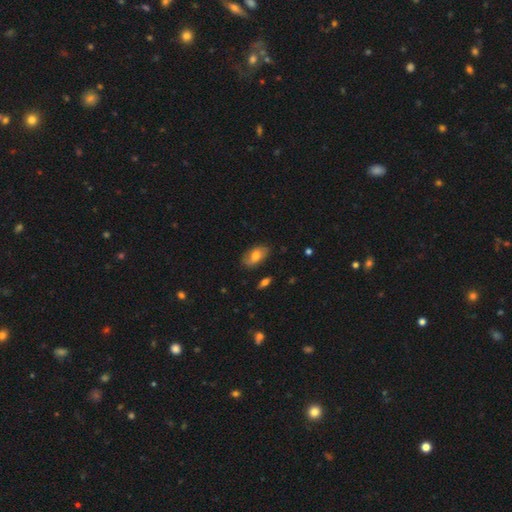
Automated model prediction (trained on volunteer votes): smooth 62%, featured or disk 30%, star or artifact 8%. Down the decision tree: how rounded — in between (91%); merging — none (77%).